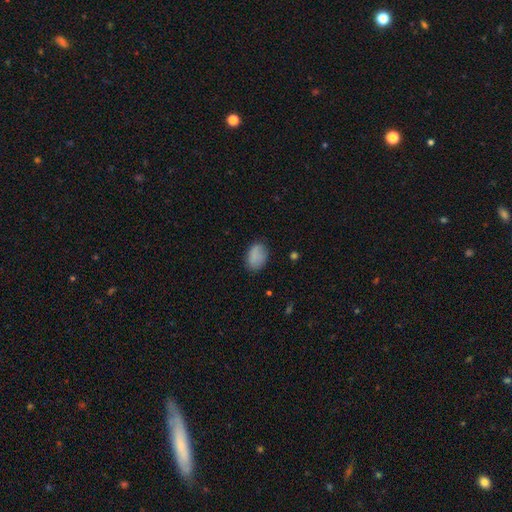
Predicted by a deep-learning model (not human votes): Smooth or featured: smooth — 85% (star or artifact — 8%)
How rounded: in between — 83% (round — 16%)
Merging: none — 78% (minor disturbance — 17%)